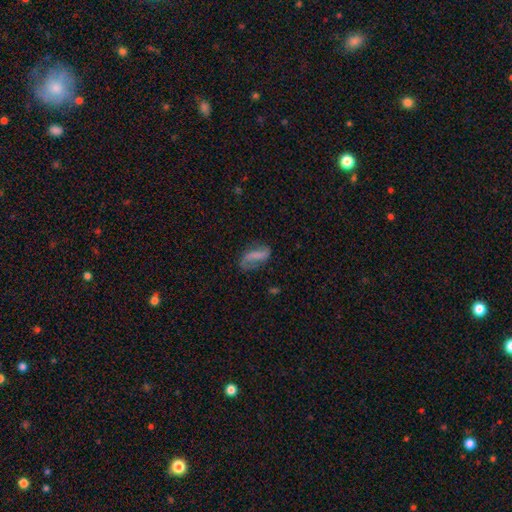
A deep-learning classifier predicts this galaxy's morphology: Overall: featured or disk (49%; smooth 41%). Merging: none (53%; minor disturbance 26%).